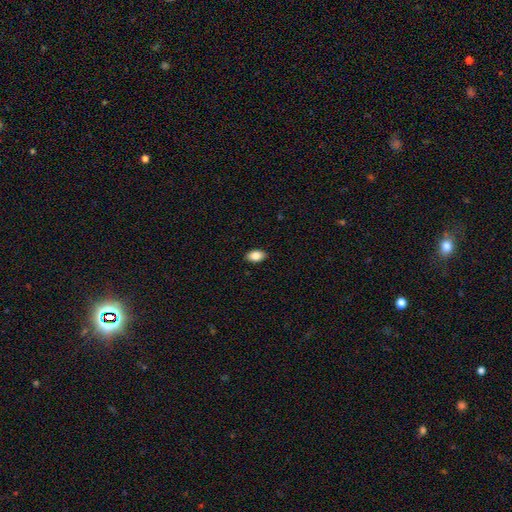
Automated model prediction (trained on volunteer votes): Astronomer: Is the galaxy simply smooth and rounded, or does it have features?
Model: smooth — 85%.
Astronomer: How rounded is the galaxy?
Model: in between — 91%.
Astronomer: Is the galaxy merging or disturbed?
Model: none — 90%.